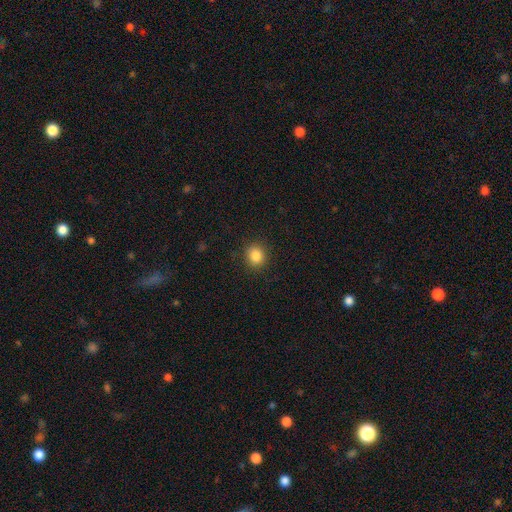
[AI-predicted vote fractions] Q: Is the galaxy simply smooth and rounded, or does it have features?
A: smooth — 85%.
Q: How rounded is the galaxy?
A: round — 79%.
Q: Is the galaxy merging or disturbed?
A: none — 90%.